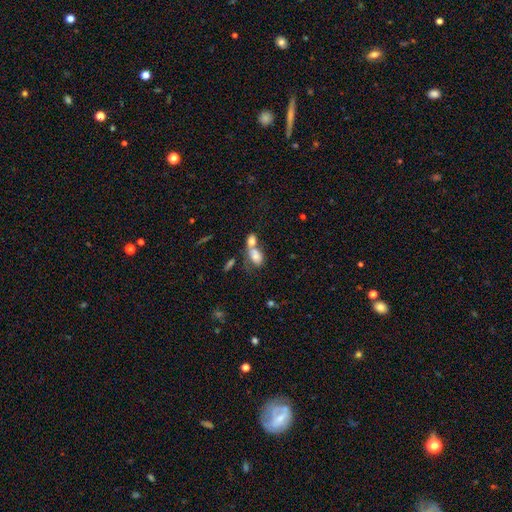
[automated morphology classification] This is likely a smooth galaxy (72%). How rounded: clearly in between (82%). Merging: likely merger (68%).